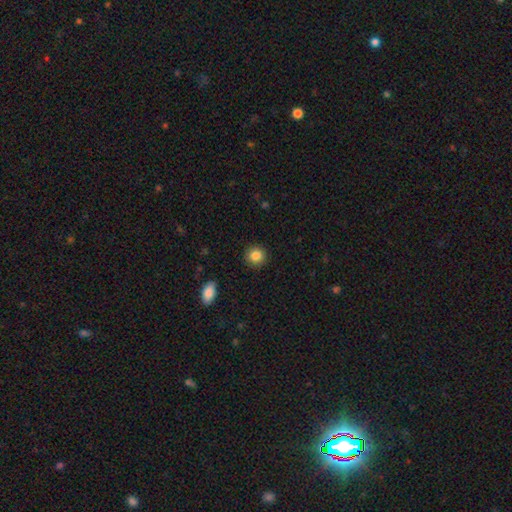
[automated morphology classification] A smooth galaxy with no disk features (85%) that is round (90%).

Vote fractions:
- Smooth or featured? smooth: 85% / star or artifact: 9% / featured or disk: 5%
- How rounded? round: 90% / in between: 9% / cigar-shaped: 1%
- Merging? none: 91% / minor disturbance: 6% / major disturbance: 2% / merger: 1%